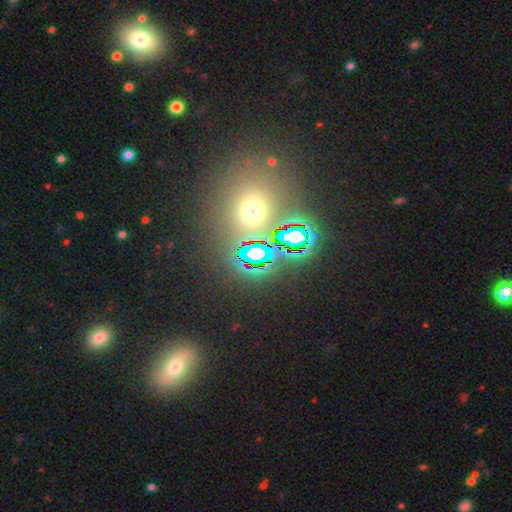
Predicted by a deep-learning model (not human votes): smooth-or-featured: star or artifact: 64% | smooth: 28% | featured or disk: 8%